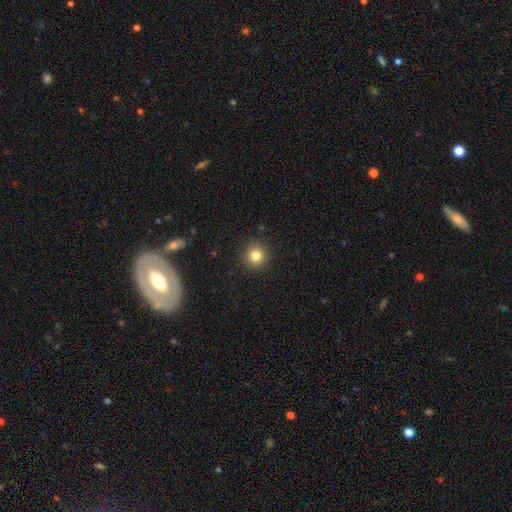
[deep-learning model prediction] smooth-or-featured: smooth: 82% | star or artifact: 11% | featured or disk: 6%
  how-rounded: round: 94% | in between: 5% | cigar-shaped: 1%
  merging: none: 91% | minor disturbance: 6% | major disturbance: 2% | merger: 1%